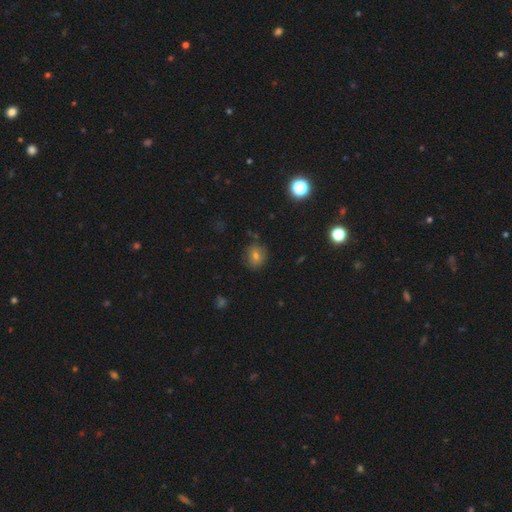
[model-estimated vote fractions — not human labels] Smooth or featured? smooth (65%)
How rounded? round (78%)
Merging? none (80%)